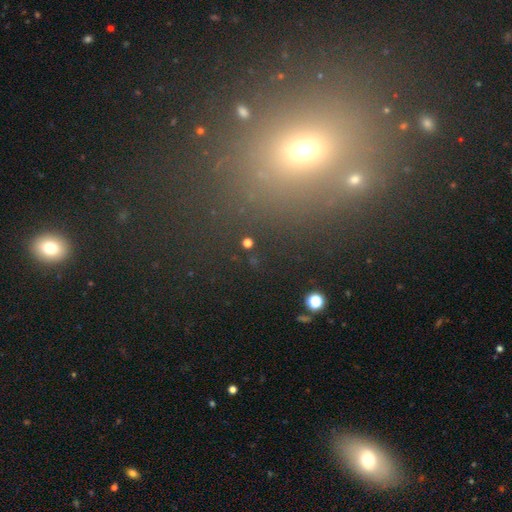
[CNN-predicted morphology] Smooth or featured?
  - smooth: 46% *
  - star or artifact: 41%
  - featured or disk: 12%
Merging?
  - none: 76% *
  - minor disturbance: 10%
  - merger: 7%
  - major disturbance: 6%